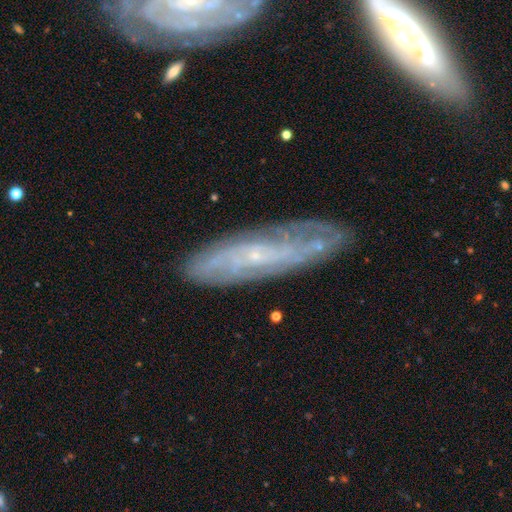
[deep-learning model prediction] Smooth or featured? Predicted: featured or disk (p=0.74). Edge-on disk? Predicted: no (p=0.72). Bar? Predicted: no (p=0.67). Spiral arms? Predicted: yes (p=0.85). Bulge size? Predicted: small (p=0.81). Merging? Predicted: none (p=0.77).